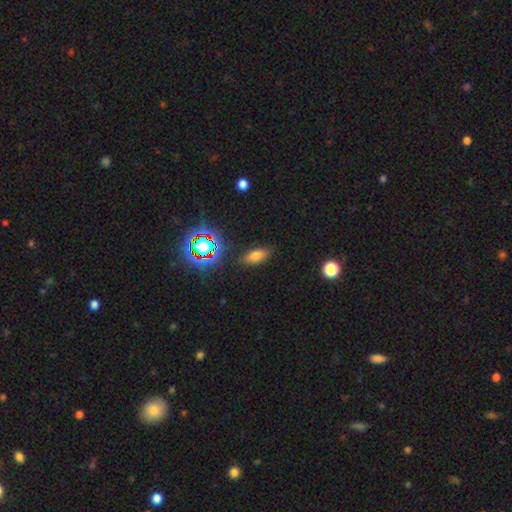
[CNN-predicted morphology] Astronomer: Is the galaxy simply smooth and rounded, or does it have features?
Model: smooth — 70%.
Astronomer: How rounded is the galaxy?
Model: in between — 83%.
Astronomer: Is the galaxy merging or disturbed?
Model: none — 84%.